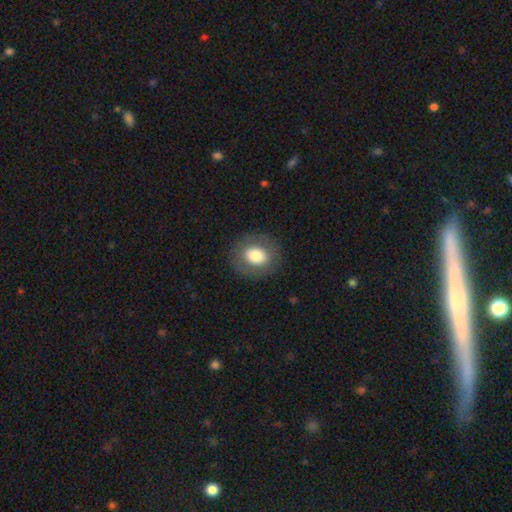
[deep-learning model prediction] A smooth galaxy with no disk features (73%) that is round (71%).

Vote fractions:
- Smooth or featured? smooth: 73% / featured or disk: 18% / star or artifact: 9%
- How rounded? round: 71% / in between: 28% / cigar-shaped: 1%
- Merging? none: 86% / minor disturbance: 9% / major disturbance: 5% / merger: 1%